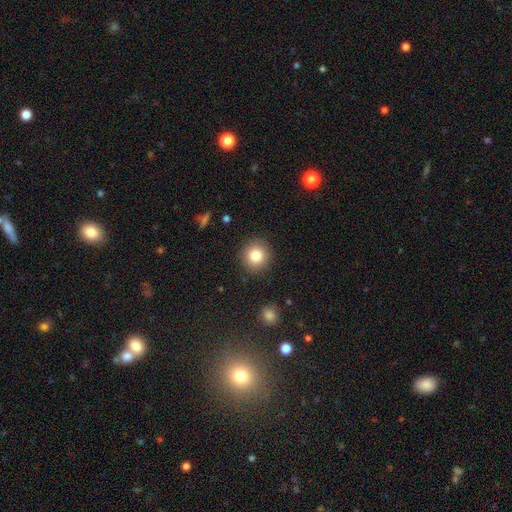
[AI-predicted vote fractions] A smooth galaxy with no disk features (81%) that is round (92%). Merging: none (90%).